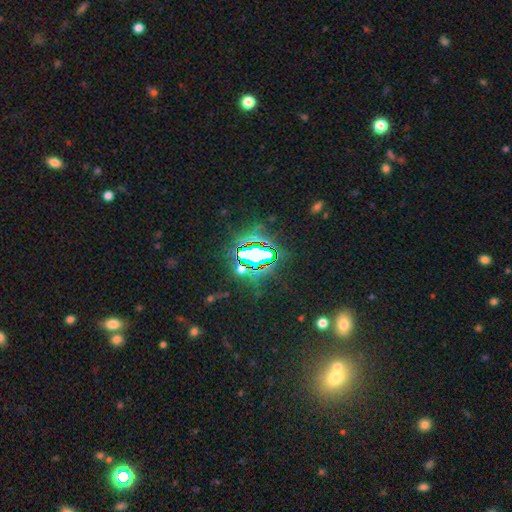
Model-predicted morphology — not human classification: smooth_or_featured: star or artifact (p=0.76) [alt: smooth p=0.13]